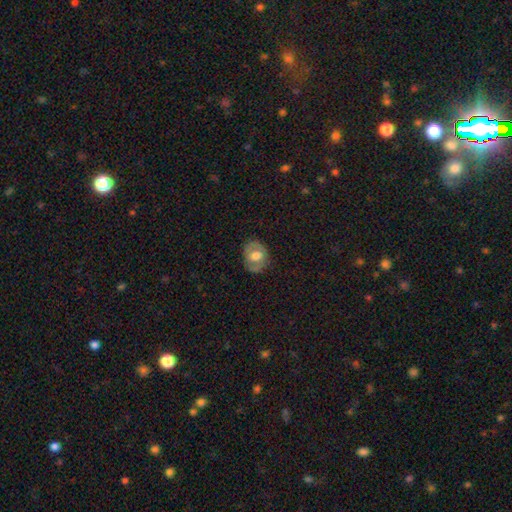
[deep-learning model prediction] Smooth or featured? Predicted: smooth (p=0.50). Merging? Predicted: none (p=0.75).